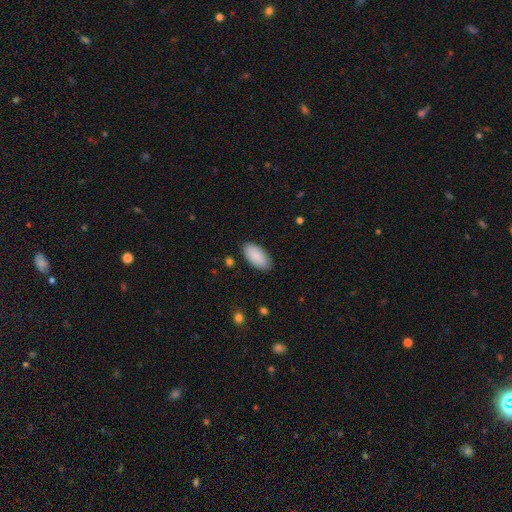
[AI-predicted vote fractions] smooth 90%, star or artifact 6%, featured or disk 5%. Down the decision tree: how rounded — in between (94%); merging — none (86%).